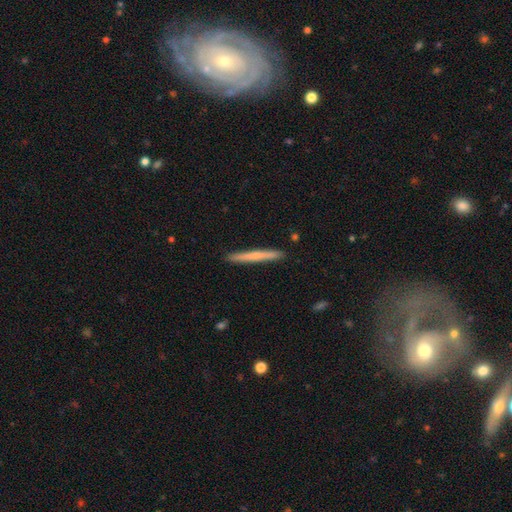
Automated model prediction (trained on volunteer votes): A smooth galaxy with no disk features (58%) that is cigar-shaped (97%). Merging: none (92%).